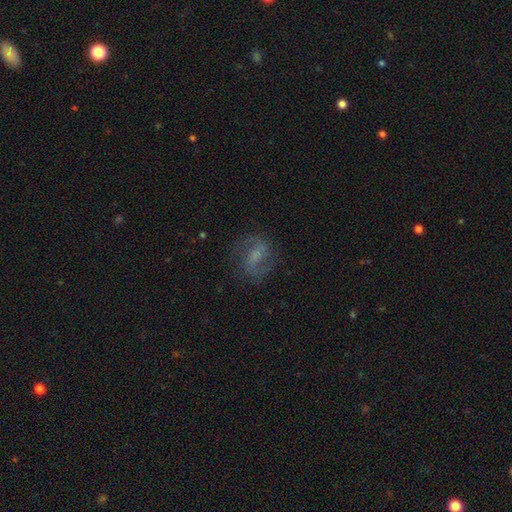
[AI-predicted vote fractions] Smooth or featured: featured or disk — 69% (smooth — 21%)
Edge-on disk: no — 96% (yes — 4%)
Bar: weak — 48% (strong — 28%)
Spiral arms: yes — 90% (no — 10%)
Spiral winding: medium — 50% (loose — 33%)
Spiral arm count: 2 — 87% (can't tell — 7%)
Bulge size: none — 35% (small — 34%)
Merging: none — 73% (minor disturbance — 16%)